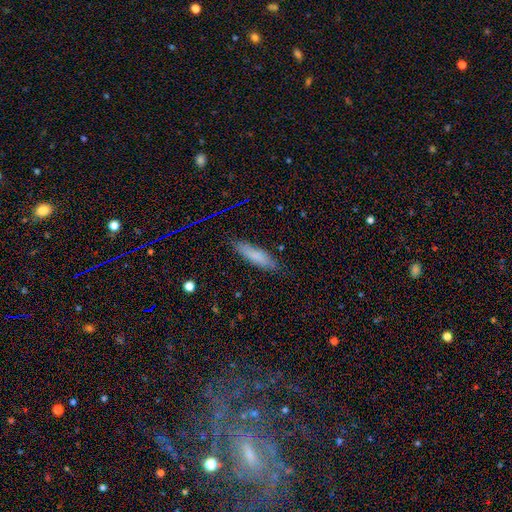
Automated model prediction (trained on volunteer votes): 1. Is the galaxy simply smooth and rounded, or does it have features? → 78% smooth, 14% featured or disk, 8% star or artifact.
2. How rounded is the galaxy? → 73% cigar-shaped, 25% in between, 2% round.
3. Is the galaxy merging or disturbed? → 84% none, 13% minor disturbance, 2% major disturbance, 1% merger.